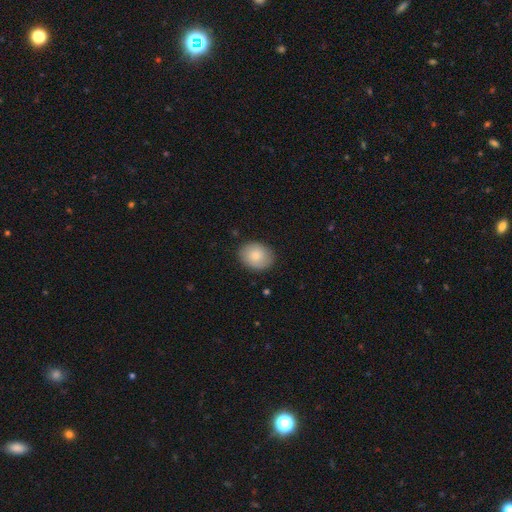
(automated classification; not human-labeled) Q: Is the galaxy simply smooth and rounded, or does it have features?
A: smooth — 75%.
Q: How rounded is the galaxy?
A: round — 50%.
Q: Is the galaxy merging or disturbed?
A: none — 86%.